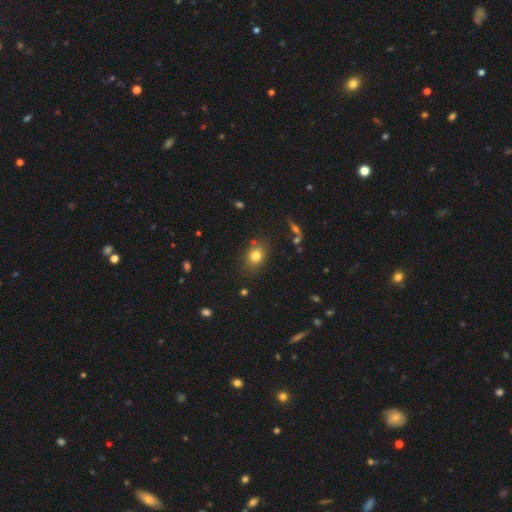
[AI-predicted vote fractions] smooth-or-featured: smooth: 78% | star or artifact: 13% | featured or disk: 9%
  how-rounded: round: 49% (tied) | in between: 49% (tied) | cigar-shaped: 1%
  merging: none: 80% | minor disturbance: 12% | merger: 4% | major disturbance: 3%